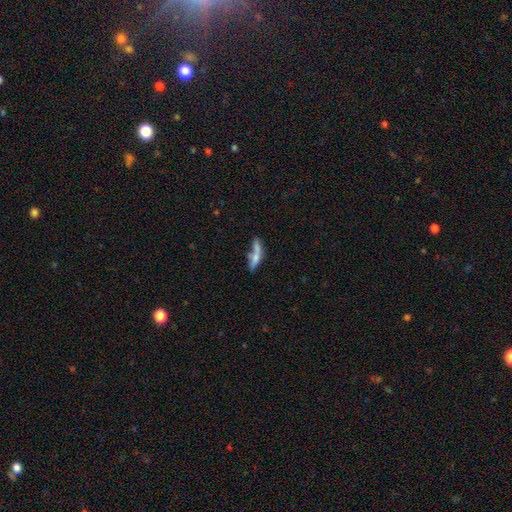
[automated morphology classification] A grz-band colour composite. It shows a smooth galaxy with no disk features (62%) that is cigar-shaped (69%). Merging: none (40%).